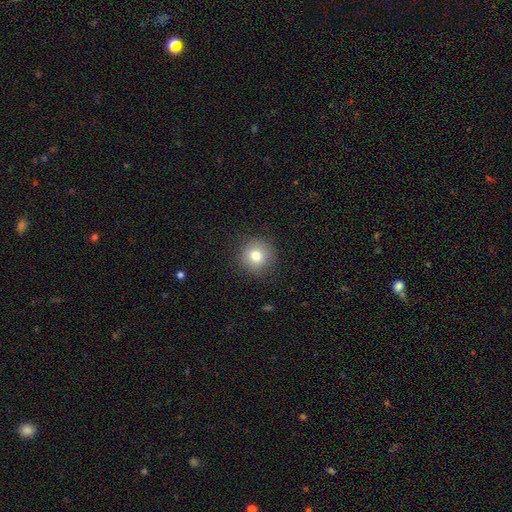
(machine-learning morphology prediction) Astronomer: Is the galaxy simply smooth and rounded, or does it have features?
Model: smooth — 79%.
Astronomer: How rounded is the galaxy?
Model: round — 92%.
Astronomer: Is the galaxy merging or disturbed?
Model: none — 88%.